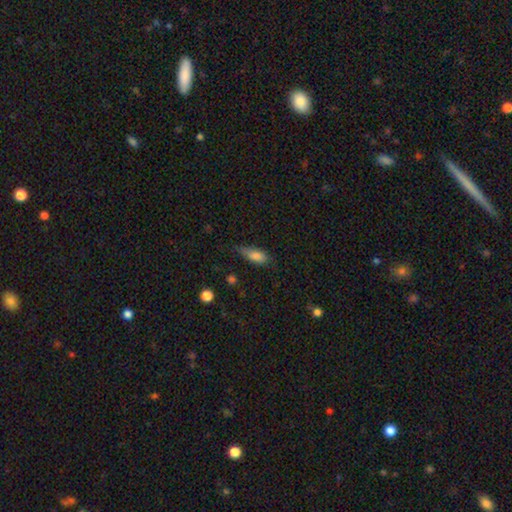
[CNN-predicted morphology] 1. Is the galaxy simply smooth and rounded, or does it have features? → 79% smooth, 12% featured or disk, 9% star or artifact.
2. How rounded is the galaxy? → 71% in between, 26% cigar-shaped, 3% round.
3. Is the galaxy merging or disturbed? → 48% none, 38% minor disturbance, 12% major disturbance, 3% merger.